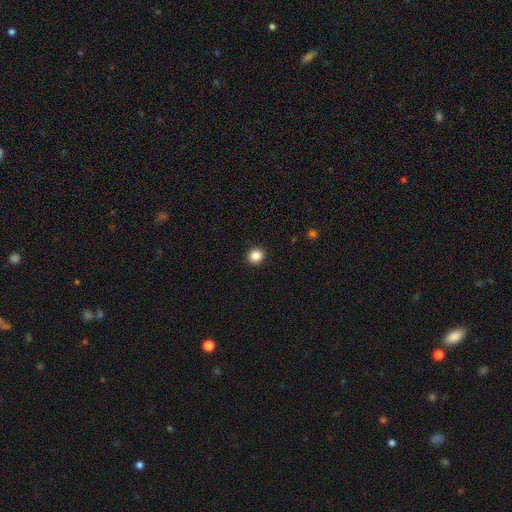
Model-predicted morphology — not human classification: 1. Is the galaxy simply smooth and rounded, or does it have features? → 86% smooth, 11% star or artifact, 3% featured or disk.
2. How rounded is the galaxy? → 90% round, 10% in between, 1% cigar-shaped.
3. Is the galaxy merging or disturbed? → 93% none, 5% minor disturbance, 2% major disturbance, 1% merger.